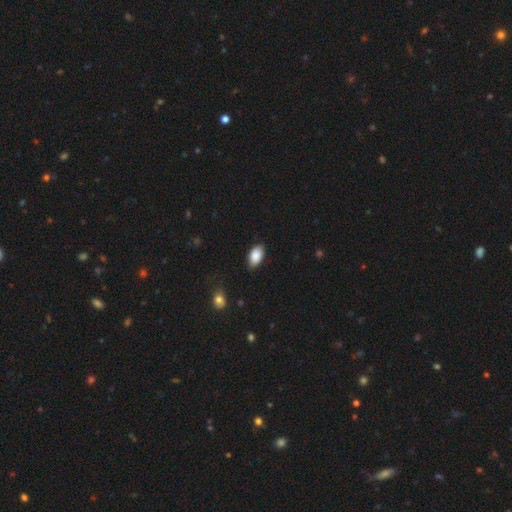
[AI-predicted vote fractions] This appears to be a smooth galaxy with no disk features (88%) that is in between round and cigar-shaped (93%). Merging: none (82%).